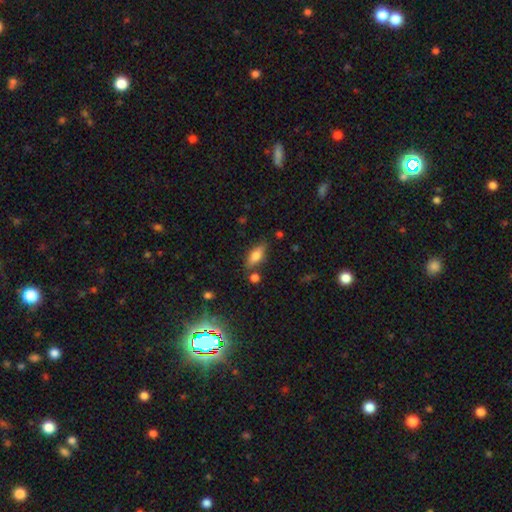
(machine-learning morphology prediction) Smooth or featured? smooth (74%)
How rounded? in between (77%)
Merging? none (76%)